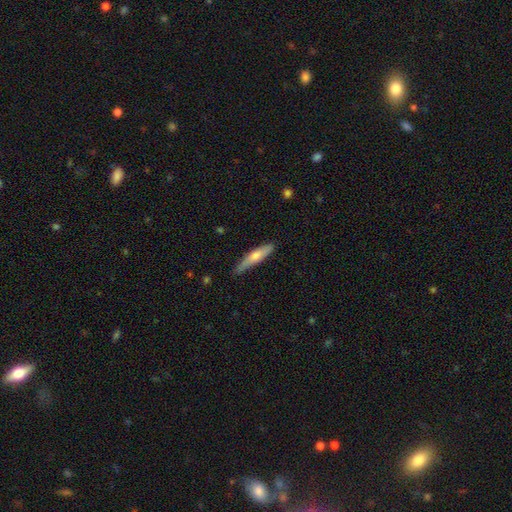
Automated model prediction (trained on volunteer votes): Smooth or featured: smooth — 57% (featured or disk — 37%)
How rounded: cigar-shaped — 86% (in between — 12%)
Merging: none — 77% (minor disturbance — 19%)